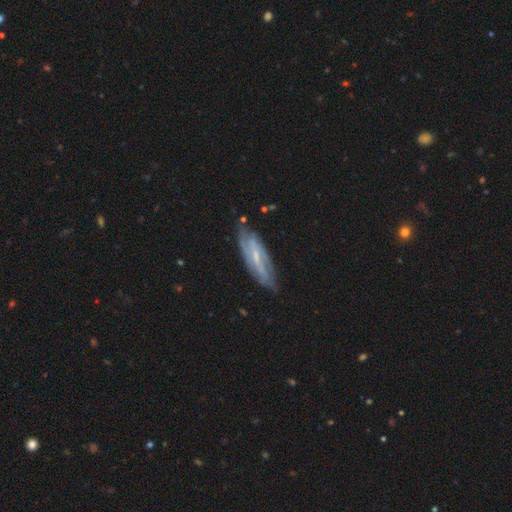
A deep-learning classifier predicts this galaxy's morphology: Q: Smooth or featured?
A: featured or disk (73%); runner-up: smooth (20%)
Q: Edge-on disk?
A: no (73%); runner-up: yes (27%)
Q: Bar?
A: weak (45%); runner-up: strong (28%)
Q: Spiral arms?
A: yes (81%); runner-up: no (19%)
Q: Bulge size?
A: small (64%); runner-up: moderate (25%)
Q: Merging?
A: none (70%); runner-up: minor disturbance (21%)